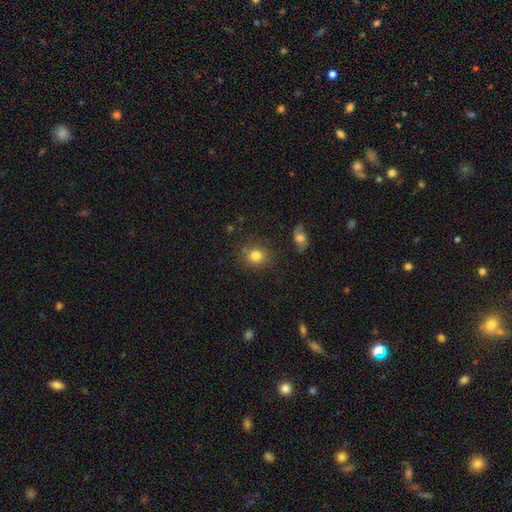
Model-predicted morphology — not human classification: This is clearly a smooth galaxy (81%). How rounded: likely round (77%). Merging: likely none (80%).